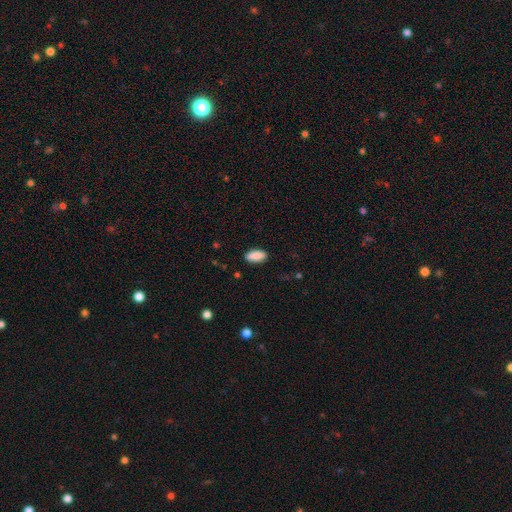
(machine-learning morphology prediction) Smooth or featured: smooth — 89% (star or artifact — 7%)
How rounded: in between — 90% (cigar-shaped — 8%)
Merging: none — 88% (minor disturbance — 9%)